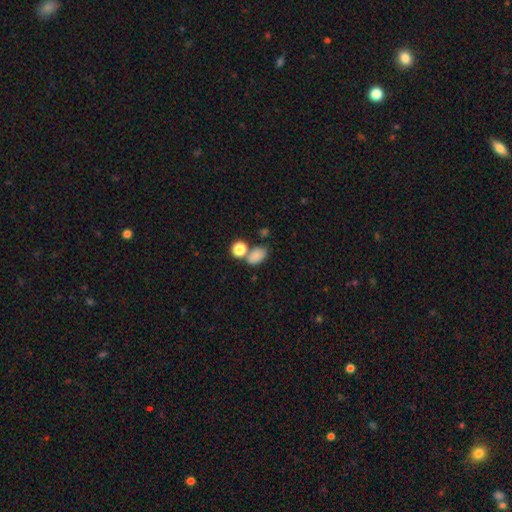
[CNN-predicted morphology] smooth_or_featured: smooth (p=0.83) [alt: star or artifact p=0.11]
how_rounded: in between (p=0.81) [alt: round p=0.17]
merging: none (p=0.54) [alt: merger p=0.26]